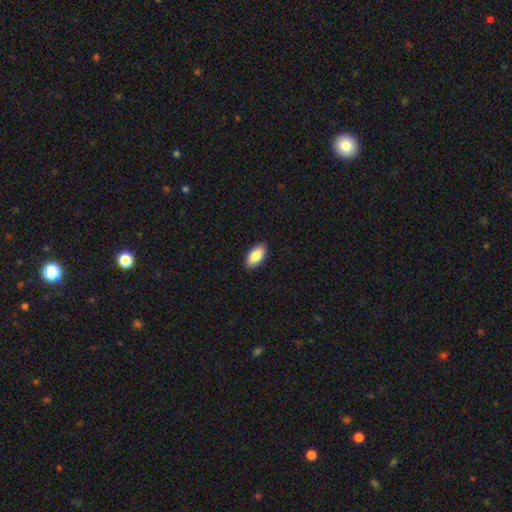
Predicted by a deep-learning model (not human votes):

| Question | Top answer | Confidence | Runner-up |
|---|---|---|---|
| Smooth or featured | smooth | 87% | featured or disk (7%) |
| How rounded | in between | 94% | cigar-shaped (3%) |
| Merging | none | 90% | minor disturbance (7%) |